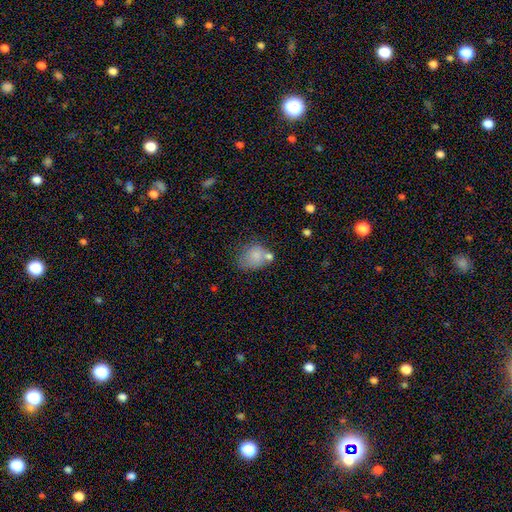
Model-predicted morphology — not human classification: Smooth or featured: smooth — 76% (featured or disk — 14%)
How rounded: in between — 57% (round — 42%)
Merging: none — 41% (merger — 25%)